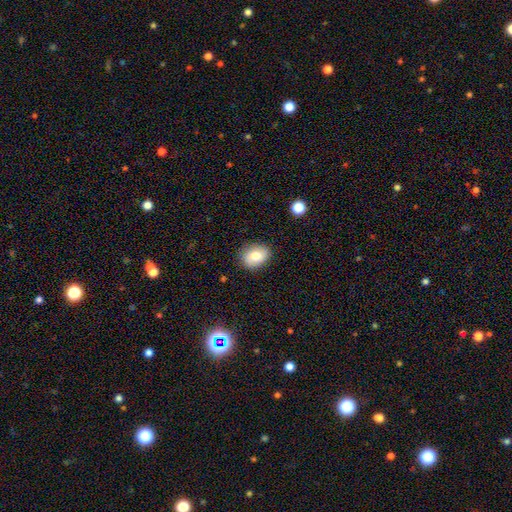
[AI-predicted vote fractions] Smooth or featured? Predicted: smooth (p=0.77). How rounded? Predicted: in between (p=0.63). Merging? Predicted: none (p=0.84).